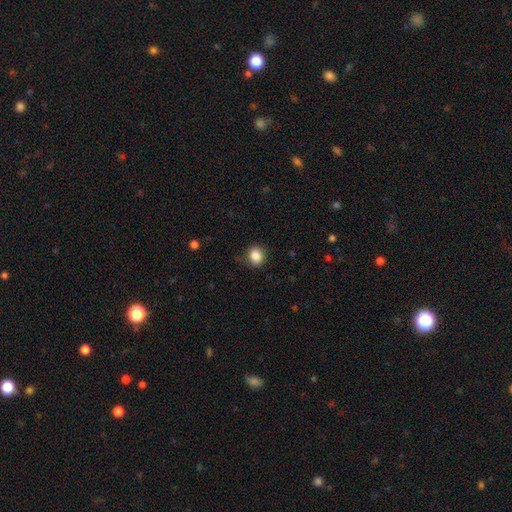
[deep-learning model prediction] Smooth or featured? smooth (86%)
How rounded? round (64%)
Merging? none (82%)